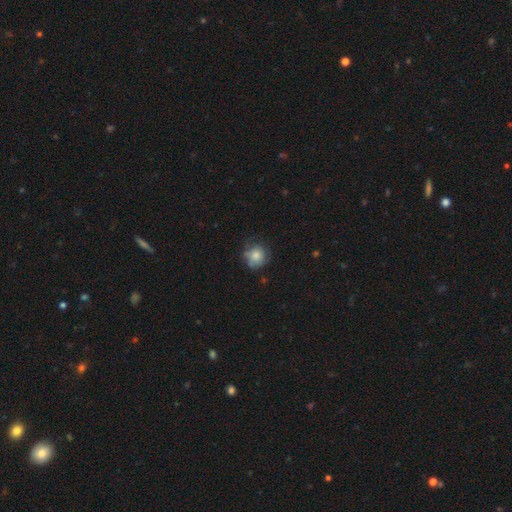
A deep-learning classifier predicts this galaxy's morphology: This is likely a smooth galaxy (76%). How rounded: clearly round (87%). Merging: likely none (64%).